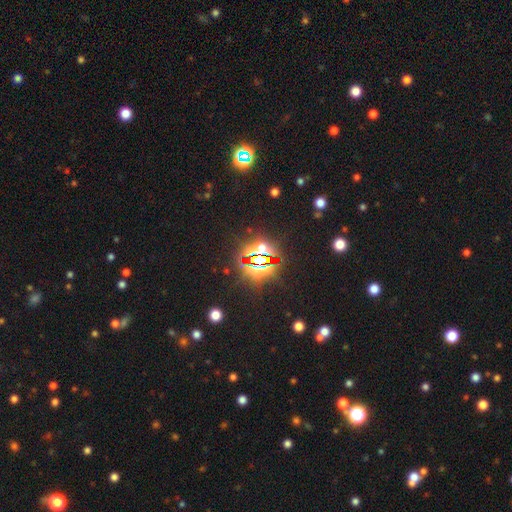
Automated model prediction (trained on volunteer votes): Smooth or featured?
  - star or artifact: 81% *
  - smooth: 10%
  - featured or disk: 9%